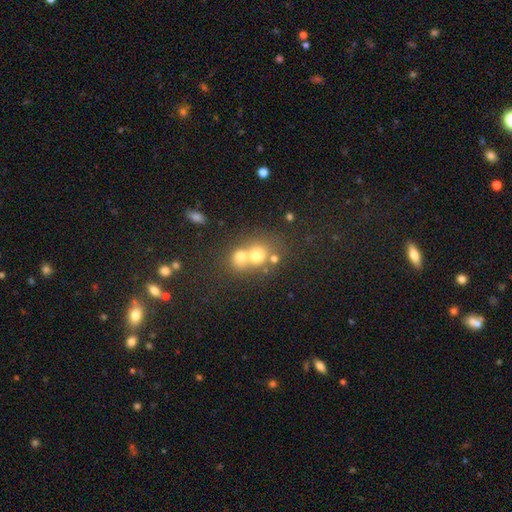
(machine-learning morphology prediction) smooth-or-featured: smooth: 59% | featured or disk: 22% | star or artifact: 19%
  how-rounded: round: 68% | in between: 30% | cigar-shaped: 2%
  merging: merger: 62% | none: 28% | minor disturbance: 6% | major disturbance: 4%